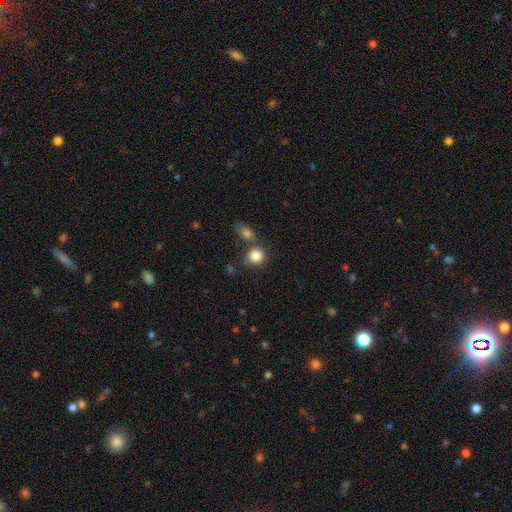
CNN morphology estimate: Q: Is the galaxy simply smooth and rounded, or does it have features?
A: smooth — 84%.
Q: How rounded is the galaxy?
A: round — 81%.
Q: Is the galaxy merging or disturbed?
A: none — 60%.